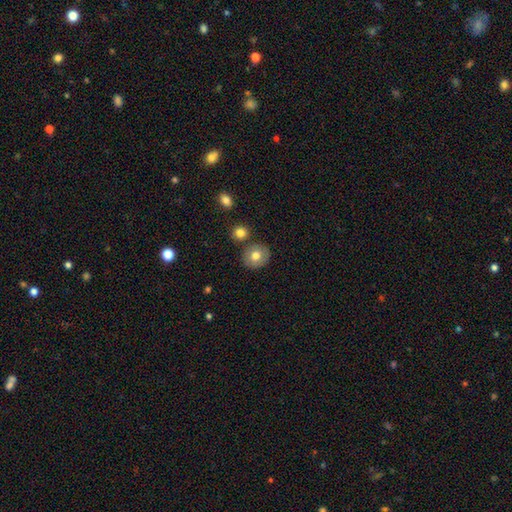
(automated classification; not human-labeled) This is likely a smooth galaxy (74%). How rounded: likely round (79%). Merging: likely none (78%).